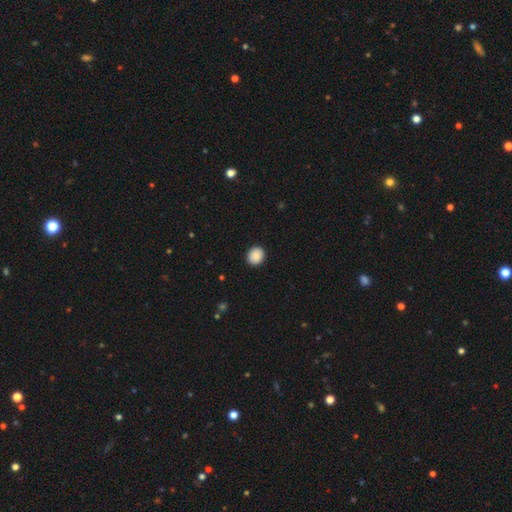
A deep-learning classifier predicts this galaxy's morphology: smooth 89%, star or artifact 8%, featured or disk 4%. Down the decision tree: how rounded — round (74%); merging — none (92%).